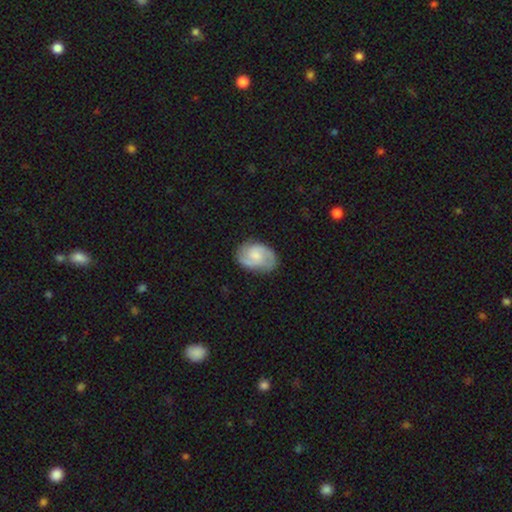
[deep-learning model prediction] Q: Smooth or featured?
A: featured or disk (67%); runner-up: smooth (26%)
Q: Edge-on disk?
A: no (97%); runner-up: yes (3%)
Q: Bar?
A: no (53%); runner-up: weak (42%)
Q: Spiral arms?
A: yes (94%); runner-up: no (6%)
Q: Spiral winding?
A: medium (51%); runner-up: tight (30%)
Q: Spiral arm count?
A: 2 (80%); runner-up: can't tell (10%)
Q: Bulge size?
A: small (42%); runner-up: moderate (34%)
Q: Merging?
A: none (77%); runner-up: minor disturbance (16%)